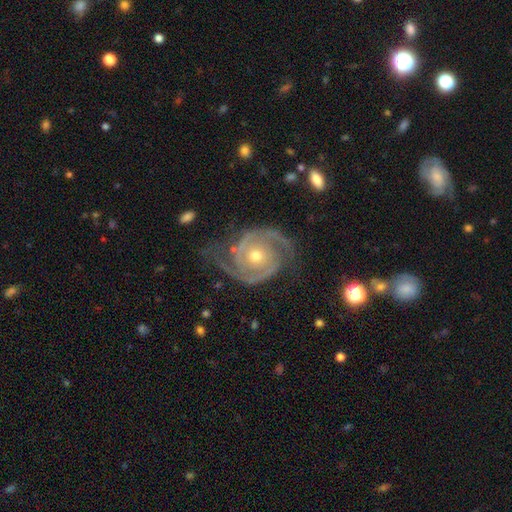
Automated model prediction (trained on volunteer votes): Smooth or featured?
  - featured or disk: 92% *
  - star or artifact: 4%
  - smooth: 3%
Edge-on disk?
  - no: 98% *
  - yes: 2%
Bar?
  - no: 76% *
  - weak: 18%
  - strong: 6%
Spiral arms?
  - yes: 98% *
  - no: 2%
Spiral winding?
  - tight: 55% *
  - medium: 38%
  - loose: 7%
Spiral arm count?
  - 2: 86% *
  - 3: 5%
  - can't tell: 3%
  - 1: 2%
  - 4: 2%
  - more than 4: 2%
Bulge size?
  - moderate: 60% *
  - small: 37%
  - large: 2%
  - none: 1%
  - dominant: 1%
Merging?
  - none: 72% *
  - minor disturbance: 19%
  - major disturbance: 7%
  - merger: 2%